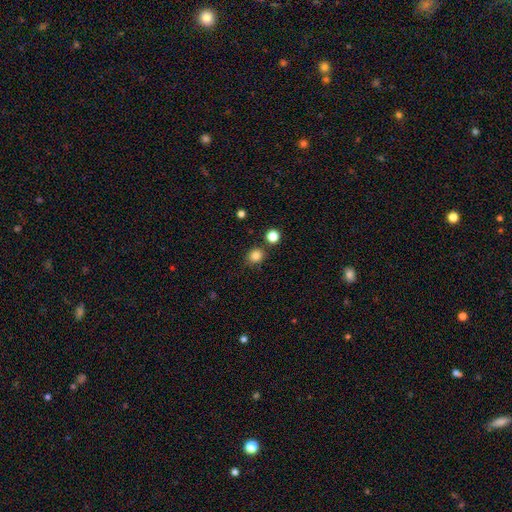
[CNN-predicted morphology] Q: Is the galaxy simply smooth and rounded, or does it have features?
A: smooth — 83%.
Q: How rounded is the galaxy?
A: round — 78%.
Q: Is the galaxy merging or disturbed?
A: none — 81%.